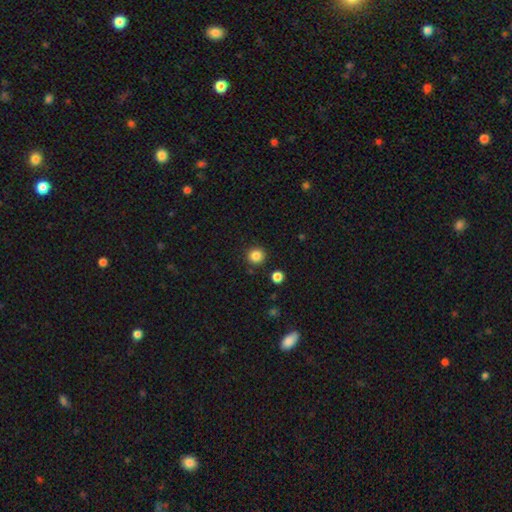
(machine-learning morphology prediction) This appears to be a smooth galaxy with no disk features (85%) that is round (94%). Merging: none (90%).